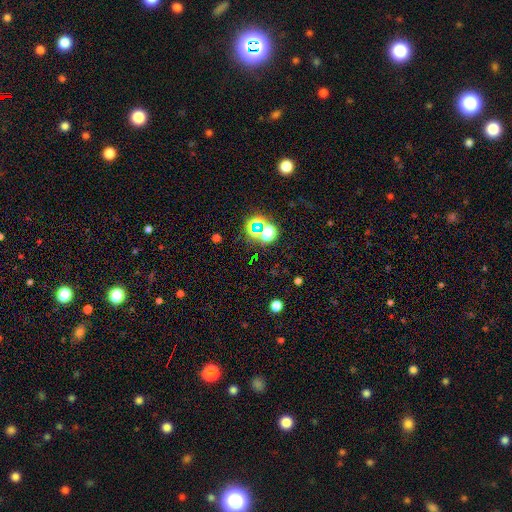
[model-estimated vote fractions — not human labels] The model was most divided on "smooth or featured": star or artifact: 62%, smooth: 28%, featured or disk: 10%.